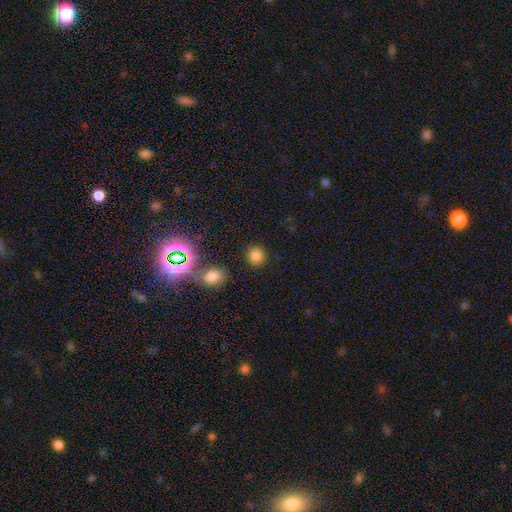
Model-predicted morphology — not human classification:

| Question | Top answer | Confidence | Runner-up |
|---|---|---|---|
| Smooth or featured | smooth | 78% | star or artifact (16%) |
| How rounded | round | 89% | in between (10%) |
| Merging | none | 85% | minor disturbance (8%) |